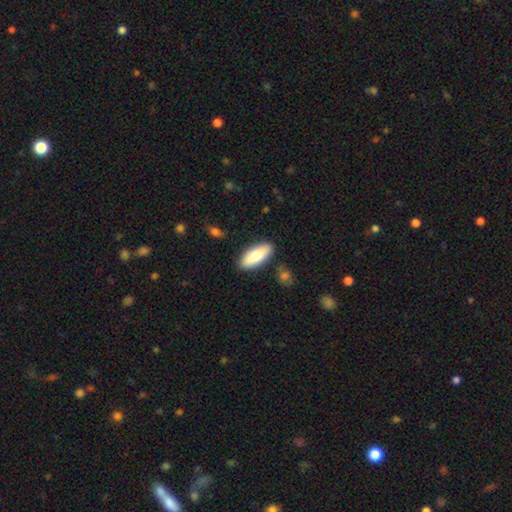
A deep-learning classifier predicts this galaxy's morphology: This appears to be a smooth galaxy with no disk features (79%) that is in between round and cigar-shaped (76%). Merging: none (86%).